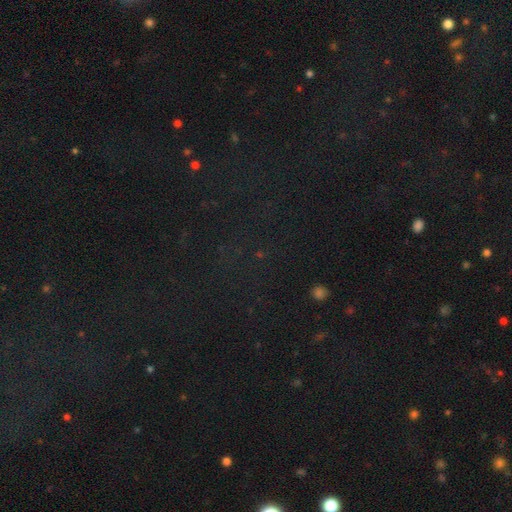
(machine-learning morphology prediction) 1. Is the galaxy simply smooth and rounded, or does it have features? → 77% star or artifact, 15% smooth, 9% featured or disk.